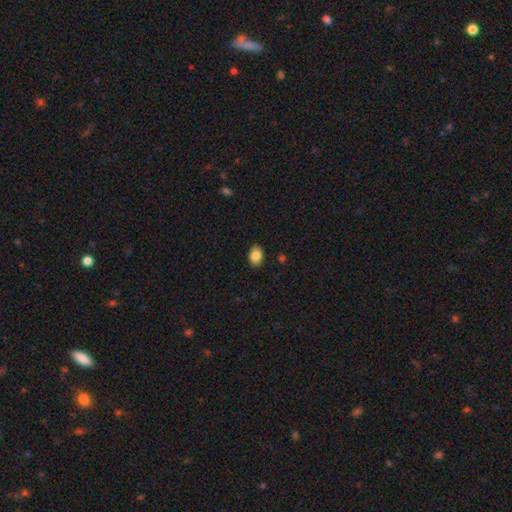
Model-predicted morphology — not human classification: type=smooth (86%); roundness=in between (75%); merging=none (88%).